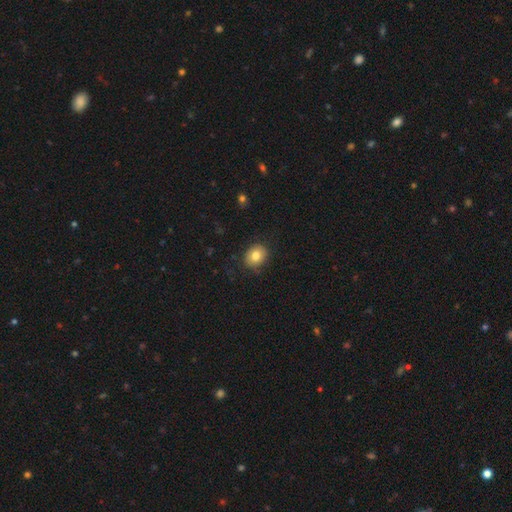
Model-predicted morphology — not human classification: This is likely a smooth galaxy (80%). How rounded: likely round (65%). Merging: clearly none (85%).